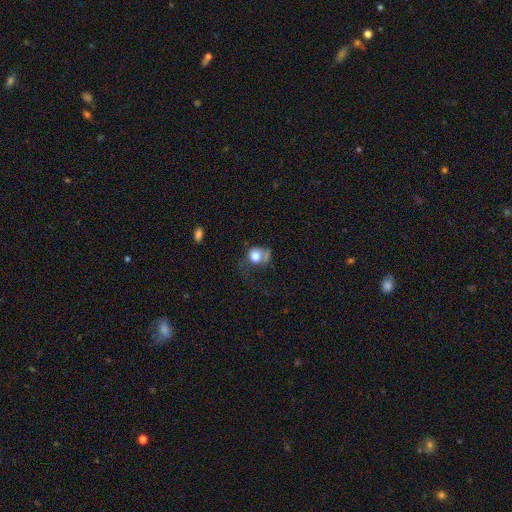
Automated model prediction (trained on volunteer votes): A smooth galaxy with no disk features (73%) that is round (69%).

Vote fractions:
- Smooth or featured? smooth: 73% / featured or disk: 17% / star or artifact: 10%
- How rounded? round: 69% / in between: 30% / cigar-shaped: 1%
- Merging? major disturbance: 42% / none: 27% / minor disturbance: 22% / merger: 9%